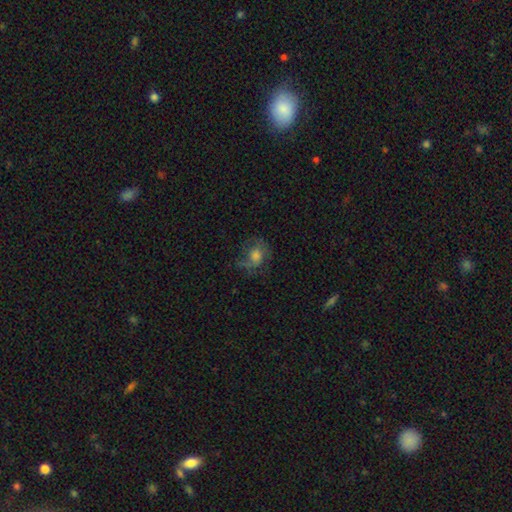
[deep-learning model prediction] smooth-or-featured: smooth: 50% | featured or disk: 35% | star or artifact: 15%
  how-rounded: round: 62% | in between: 36% | cigar-shaped: 1%
  merging: none: 53% | minor disturbance: 23% | major disturbance: 23% | merger: 2%